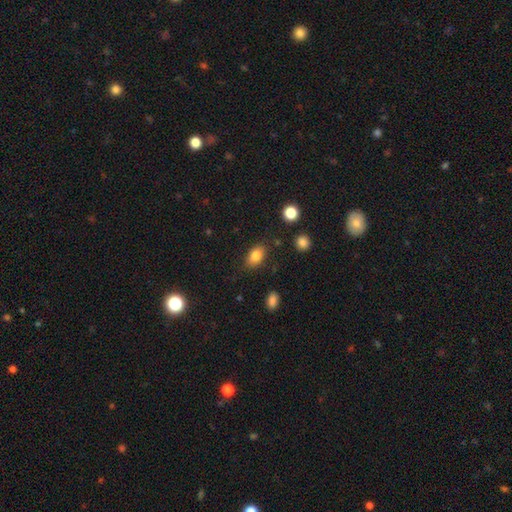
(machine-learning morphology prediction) Smooth or featured? Predicted: smooth (p=0.82). How rounded? Predicted: in between (p=0.84). Merging? Predicted: none (p=0.81).